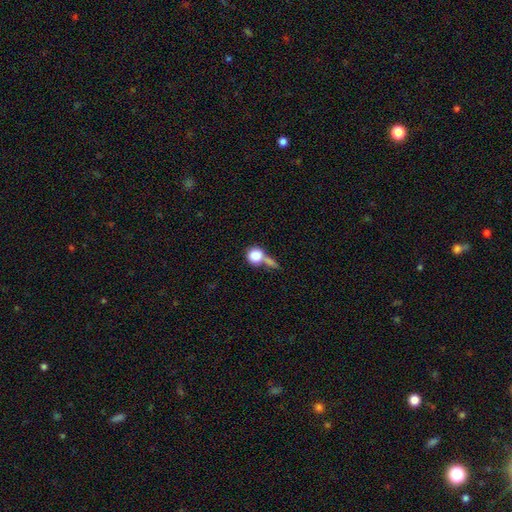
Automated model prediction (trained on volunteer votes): Smooth or featured? Predicted: smooth (p=0.81). How rounded? Predicted: round (p=0.85). Merging? Predicted: merger (p=0.45).